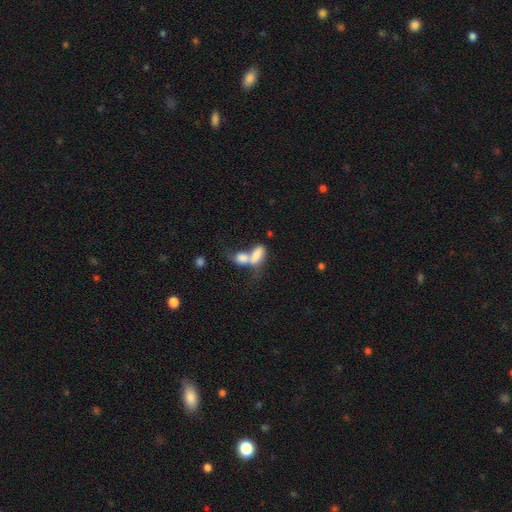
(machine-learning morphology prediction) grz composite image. It shows a smooth galaxy with no disk features (73%) that is in between round and cigar-shaped (82%). Merging: merger (72%).